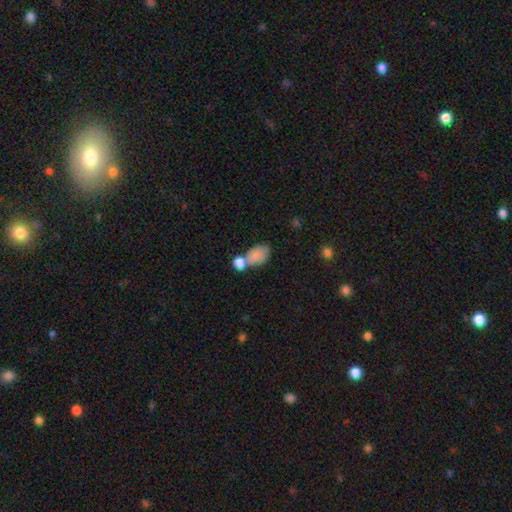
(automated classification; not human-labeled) Smooth or featured? Predicted: smooth (p=0.81). How rounded? Predicted: in between (p=0.86). Merging? Predicted: merger (p=0.43).